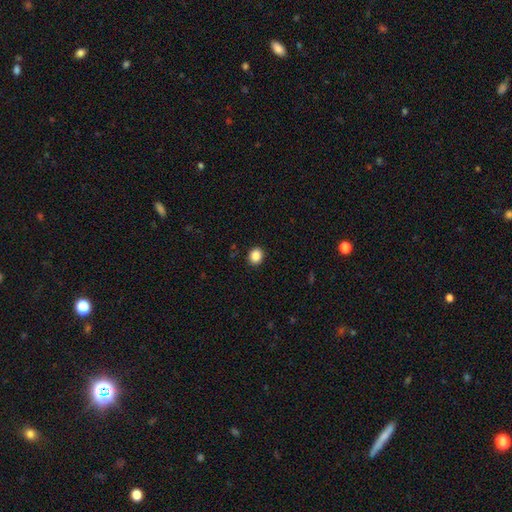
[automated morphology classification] smooth 88%, star or artifact 9%, featured or disk 3%. Down the decision tree: how rounded — round (68%); merging — none (91%).